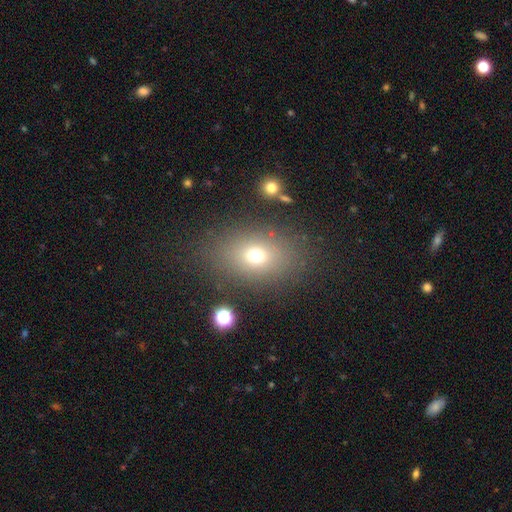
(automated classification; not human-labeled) Smooth or featured? smooth (69%)
How rounded? in between (67%)
Merging? none (79%)